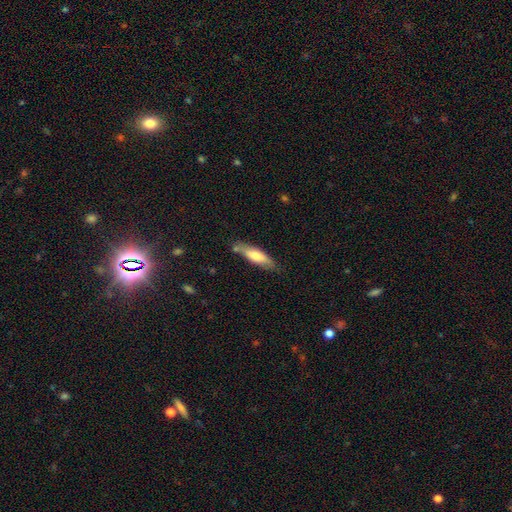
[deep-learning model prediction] Q: Smooth or featured?
A: smooth (64%); runner-up: featured or disk (30%)
Q: How rounded?
A: cigar-shaped (62%); runner-up: in between (37%)
Q: Merging?
A: none (73%); runner-up: minor disturbance (18%)